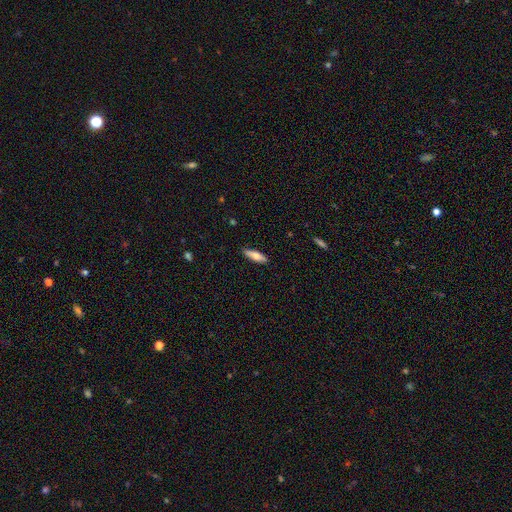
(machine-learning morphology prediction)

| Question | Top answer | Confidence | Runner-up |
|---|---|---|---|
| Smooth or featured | smooth | 66% | featured or disk (28%) |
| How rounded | cigar-shaped | 59% | in between (39%) |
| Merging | none | 88% | minor disturbance (9%) |